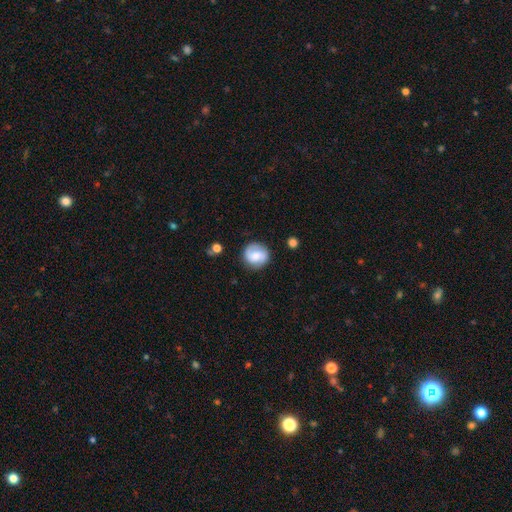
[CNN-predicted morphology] Overall: smooth (49%; featured or disk 44%). Merging: none (82%).